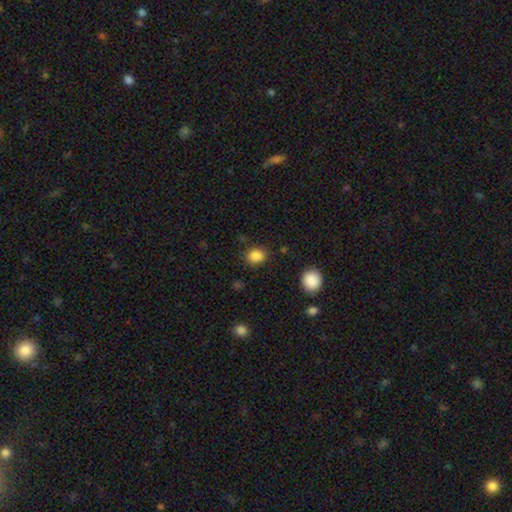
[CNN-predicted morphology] Overall: smooth (86%). How rounded: round (64%; in between 35%). Merging: none (84%).